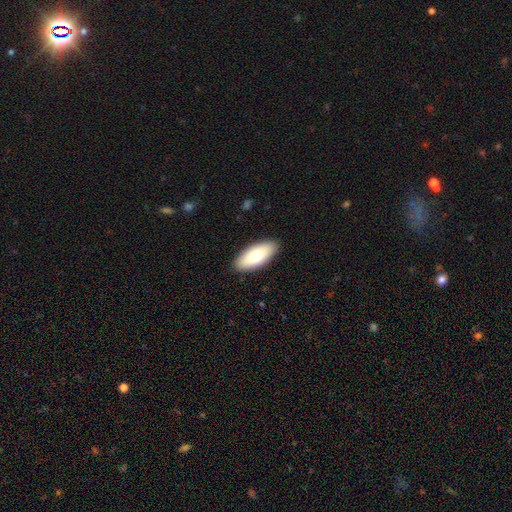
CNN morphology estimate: smooth-or-featured: smooth: 83% | featured or disk: 11% | star or artifact: 5%
  how-rounded: in between: 86% | cigar-shaped: 13% | round: 2%
  merging: none: 89% | minor disturbance: 8% | major disturbance: 2% | merger: 1%